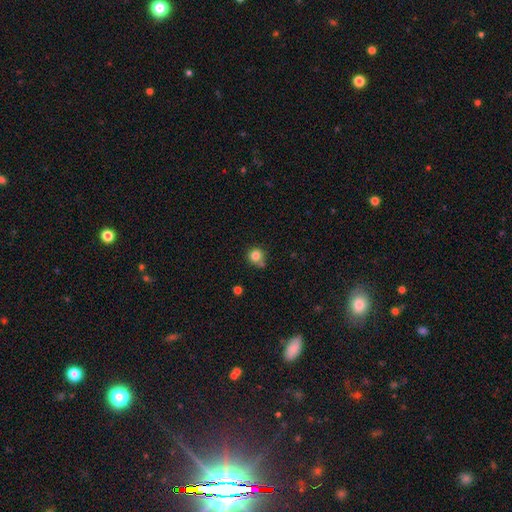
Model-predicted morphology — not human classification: smooth-or-featured: smooth: 82% | star or artifact: 11% | featured or disk: 7%
  how-rounded: round: 90% | in between: 9% | cigar-shaped: 1%
  merging: none: 66% | minor disturbance: 17% | merger: 12% | major disturbance: 4%